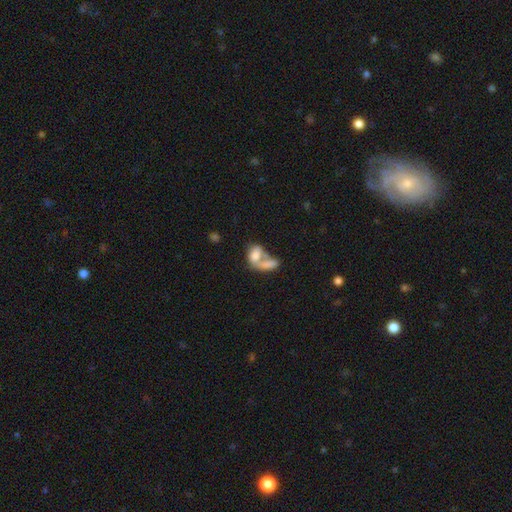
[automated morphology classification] smooth_or_featured: smooth (p=0.73) [alt: featured or disk p=0.19]
how_rounded: in between (p=0.83) [alt: round p=0.12]
merging: merger (p=0.67) [alt: none p=0.17]